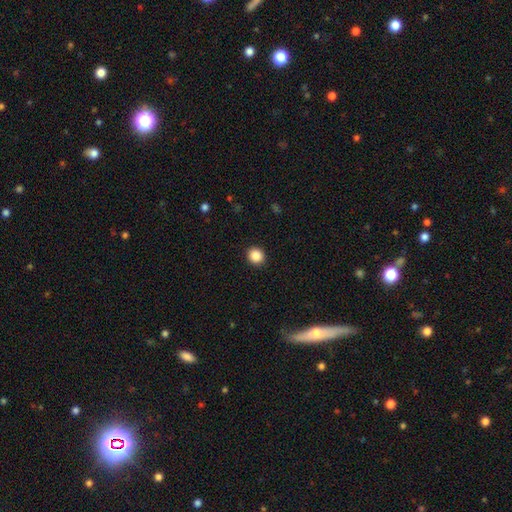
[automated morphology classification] Smooth or featured? smooth (87%)
How rounded? round (88%)
Merging? none (93%)